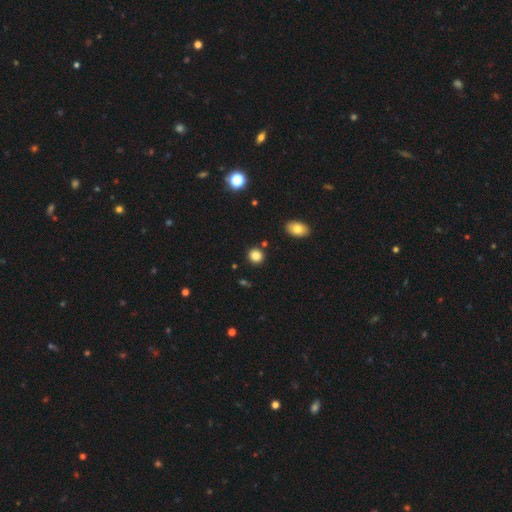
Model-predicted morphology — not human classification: Smooth or featured? Predicted: smooth (p=0.86). How rounded? Predicted: round (p=0.85). Merging? Predicted: none (p=0.89).